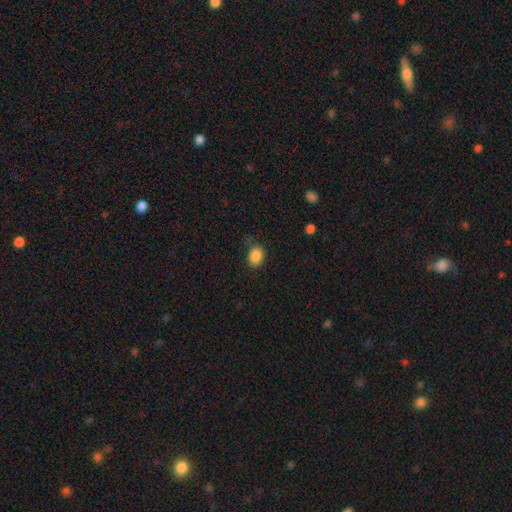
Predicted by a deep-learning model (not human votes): Overall: smooth (86%). How rounded: in between (53%; round 46%). Merging: none (76%).